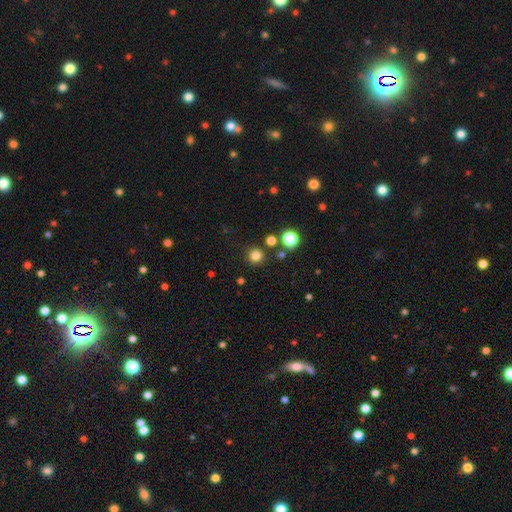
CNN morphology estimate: smooth 80%, star or artifact 16%, featured or disk 4%. Down the decision tree: how rounded — round (95%); merging — none (87%).